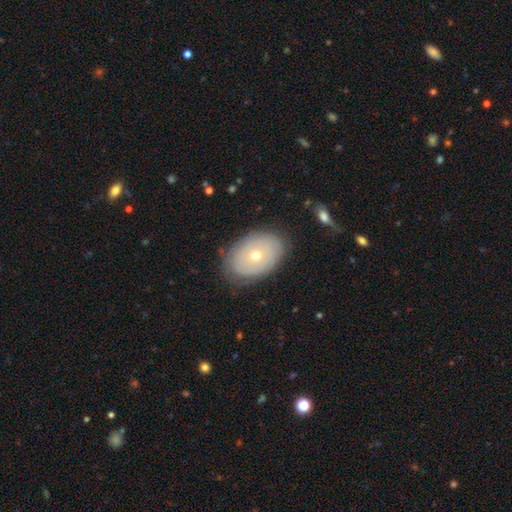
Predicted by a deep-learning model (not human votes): Smooth or featured: smooth — 48% (featured or disk — 44%)
Merging: none — 80% (minor disturbance — 15%)